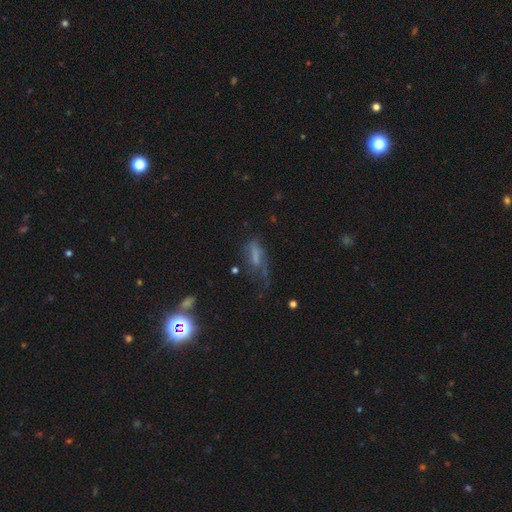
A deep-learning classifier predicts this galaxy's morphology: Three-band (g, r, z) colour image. It shows a smooth galaxy with no disk features (49%). Merging: major disturbance (41%).